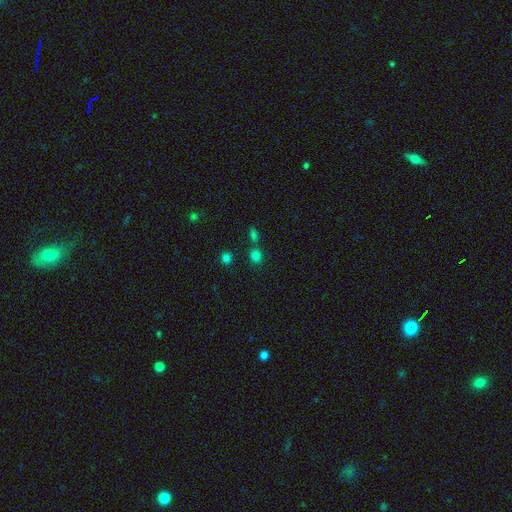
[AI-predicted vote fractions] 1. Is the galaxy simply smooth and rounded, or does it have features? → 77% smooth, 18% star or artifact, 5% featured or disk.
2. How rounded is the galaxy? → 76% round, 23% in between, 1% cigar-shaped.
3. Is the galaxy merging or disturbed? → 71% none, 17% merger, 9% minor disturbance, 3% major disturbance.